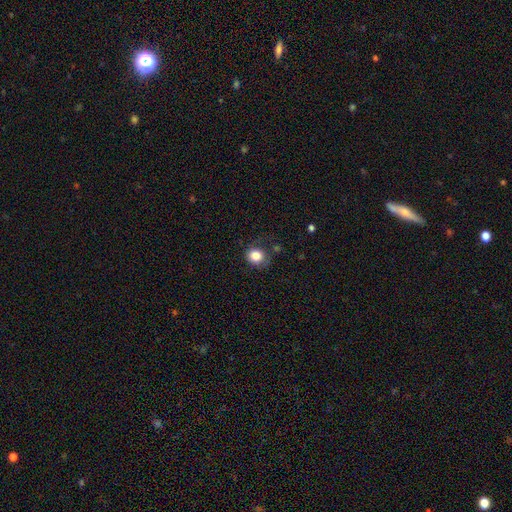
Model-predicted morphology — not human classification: The model was most divided on "merging": none: 67%, minor disturbance: 21%, major disturbance: 9%, merger: 3%. More confident: smooth or featured — smooth (83%); how rounded — round (78%).